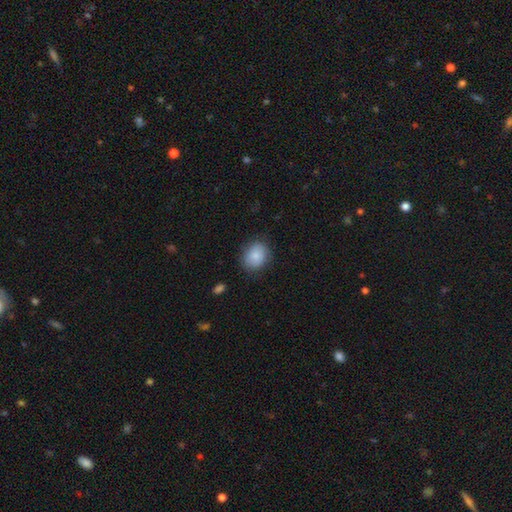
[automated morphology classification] The model was most divided on "how rounded": round: 54%, in between: 46%, cigar-shaped: 1%. More confident: smooth or featured — smooth (85%); merging — none (81%).